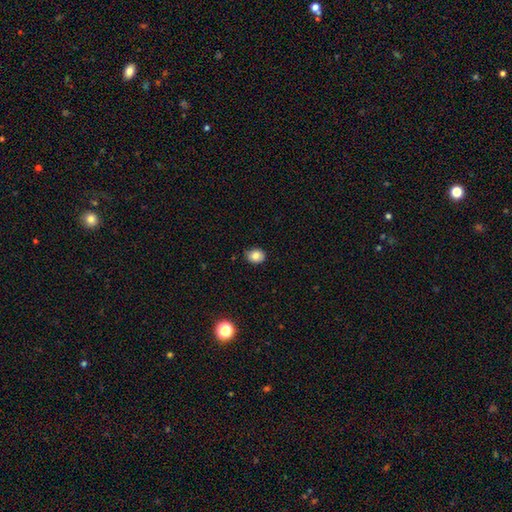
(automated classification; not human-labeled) Overall: smooth (82%). How rounded: round (52%; in between 47%). Merging: none (81%).